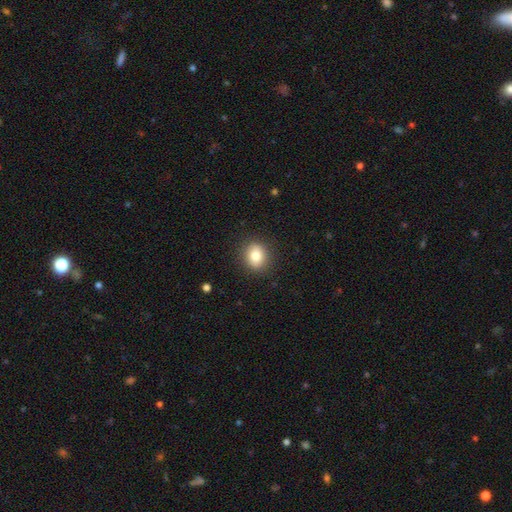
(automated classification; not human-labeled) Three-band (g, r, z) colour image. It shows a smooth galaxy with no disk features (81%) that is round (61%). Merging: none (89%).